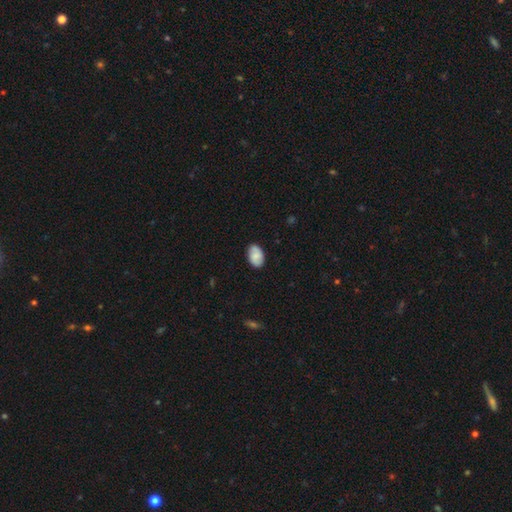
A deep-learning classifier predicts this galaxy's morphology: This is likely a smooth galaxy (72%). How rounded: clearly in between (89%). Merging: clearly none (84%).